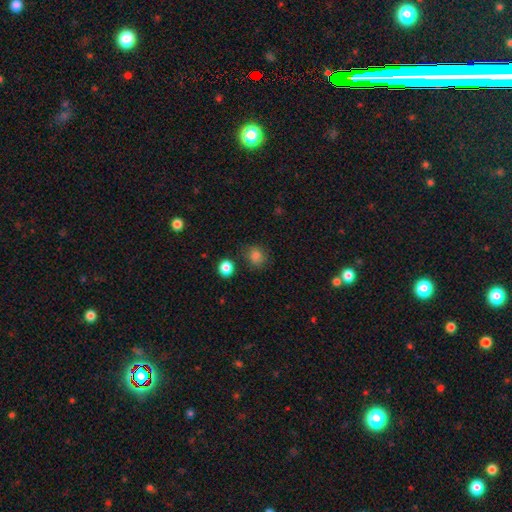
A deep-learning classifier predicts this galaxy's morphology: A smooth galaxy with no disk features (82%) that is round (76%). Merging: none (76%).